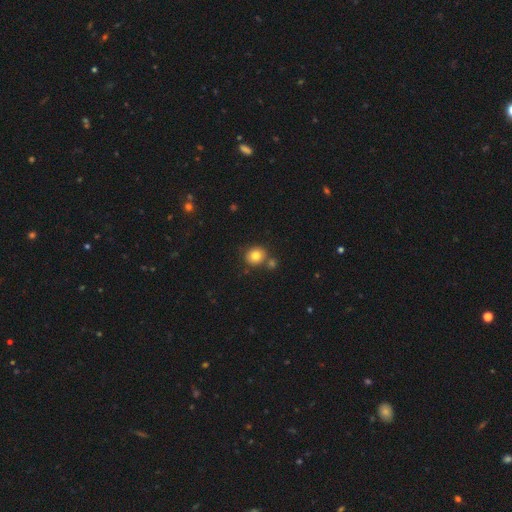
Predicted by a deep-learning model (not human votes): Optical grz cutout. It shows a smooth galaxy with no disk features (81%) that is round (82%). Merging: none (73%).